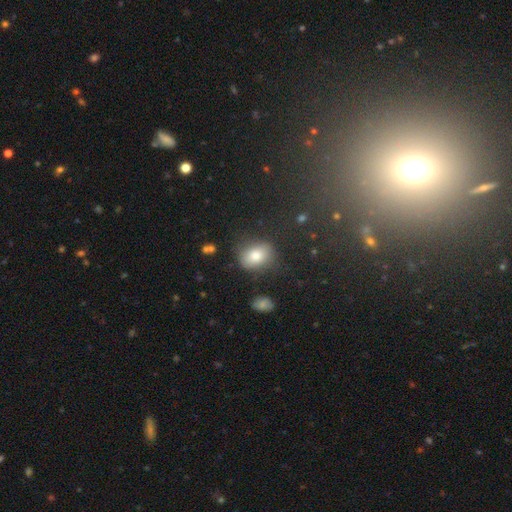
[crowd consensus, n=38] smooth 84%, featured or disk 8%, star or artifact 8%. Down the decision tree: how rounded — in between (69%); merging — none (74%).